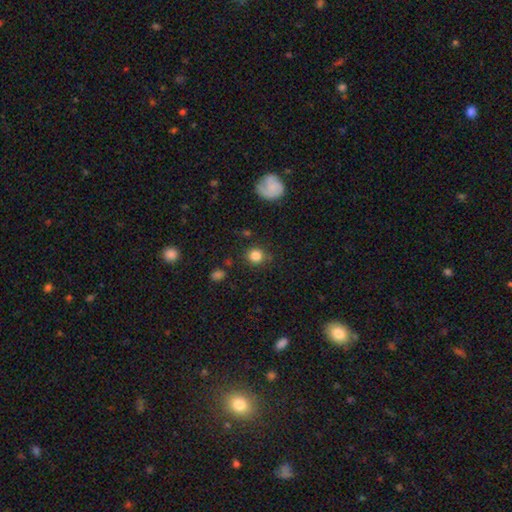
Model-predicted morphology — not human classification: A smooth galaxy with no disk features (84%) that is round (88%).

Vote fractions:
- Smooth or featured? smooth: 84% / star or artifact: 11% / featured or disk: 5%
- How rounded? round: 88% / in between: 11% / cigar-shaped: 1%
- Merging? none: 84% / minor disturbance: 10% / major disturbance: 3% / merger: 2%